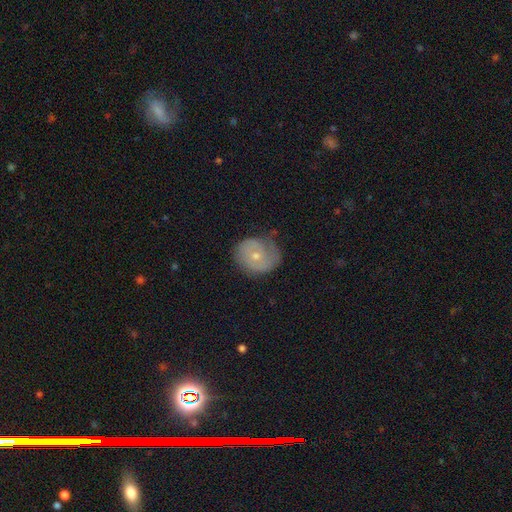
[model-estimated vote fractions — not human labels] smooth_or_featured: featured or disk (p=0.61) [alt: smooth p=0.32]
disk_edge_on: no (p=0.97) [alt: yes p=0.03]
bar: no (p=0.78) [alt: weak p=0.19]
has_spiral_arms: yes (p=0.78) [alt: no p=0.22]
bulge_size: small (p=0.52) [alt: moderate p=0.44]
merging: none (p=0.60) [alt: minor disturbance p=0.27]